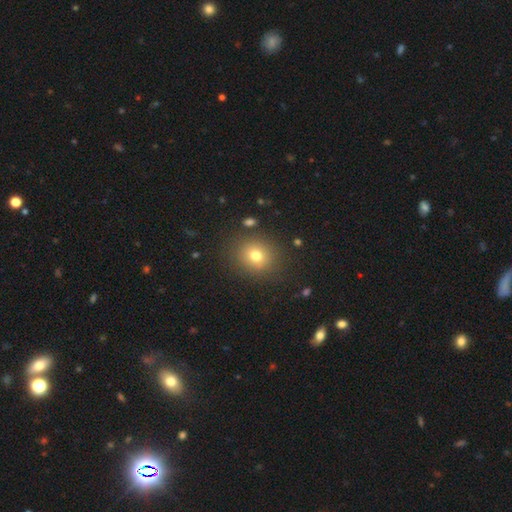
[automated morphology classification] Smooth or featured? smooth (75%)
How rounded? round (79%)
Merging? none (86%)